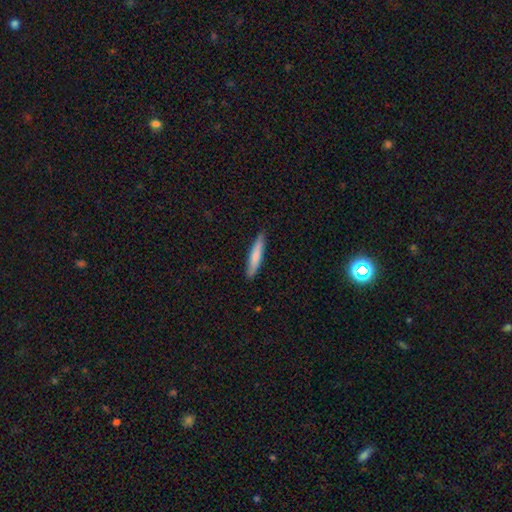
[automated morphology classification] Q: Smooth or featured?
A: smooth (76%); runner-up: featured or disk (19%)
Q: How rounded?
A: cigar-shaped (91%); runner-up: in between (8%)
Q: Merging?
A: none (90%); runner-up: minor disturbance (8%)